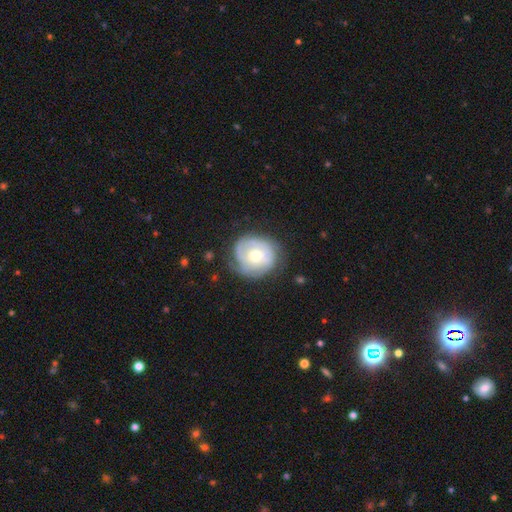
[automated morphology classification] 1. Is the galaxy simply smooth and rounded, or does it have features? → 69% featured or disk, 25% smooth, 6% star or artifact.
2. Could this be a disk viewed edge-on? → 97% no, 3% yes.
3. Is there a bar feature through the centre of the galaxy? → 75% no, 21% weak, 4% strong.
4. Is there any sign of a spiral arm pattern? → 85% yes, 15% no.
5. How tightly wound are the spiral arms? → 65% tight, 26% medium, 9% loose.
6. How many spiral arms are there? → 38% can't tell, 27% 2, 18% 3, 8% 1, 5% 4, 4% more than 4.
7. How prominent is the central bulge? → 63% moderate, 30% small, 5% large, 1% none, 1% dominant.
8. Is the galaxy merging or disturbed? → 68% none, 21% minor disturbance, 9% major disturbance, 1% merger.